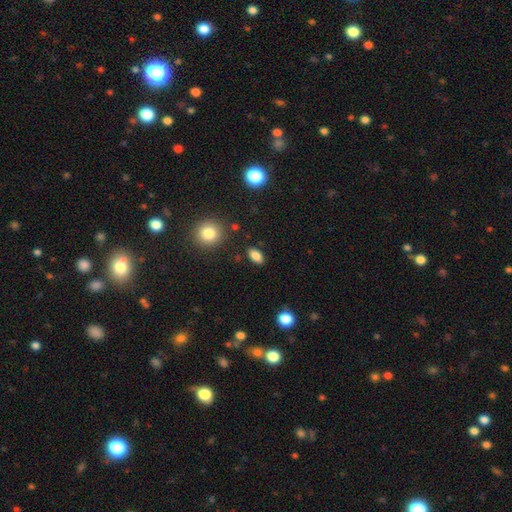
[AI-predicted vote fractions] Smooth or featured? smooth (84%)
How rounded? in between (89%)
Merging? none (87%)